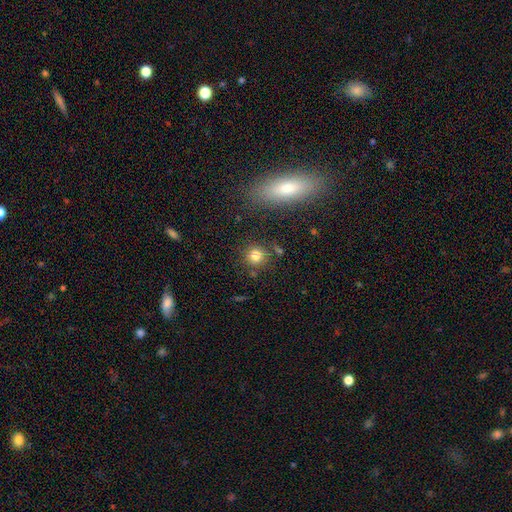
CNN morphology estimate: A smooth galaxy with no disk features (80%) that is round (91%).

Vote fractions:
- Smooth or featured? smooth: 80% / star or artifact: 13% / featured or disk: 7%
- How rounded? round: 91% / in between: 8% / cigar-shaped: 1%
- Merging? none: 82% / minor disturbance: 9% / merger: 6% / major disturbance: 3%